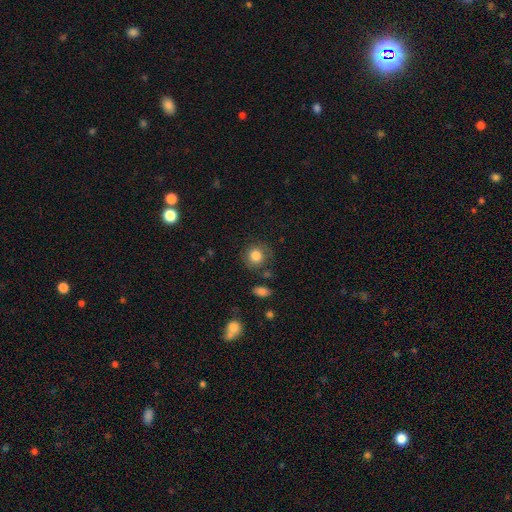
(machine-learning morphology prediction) A smooth galaxy with no disk features (82%) that is round (87%).

Vote fractions:
- Smooth or featured? smooth: 82% / star or artifact: 9% / featured or disk: 8%
- How rounded? round: 87% / in between: 12% / cigar-shaped: 1%
- Merging? none: 76% / minor disturbance: 15% / major disturbance: 6% / merger: 4%